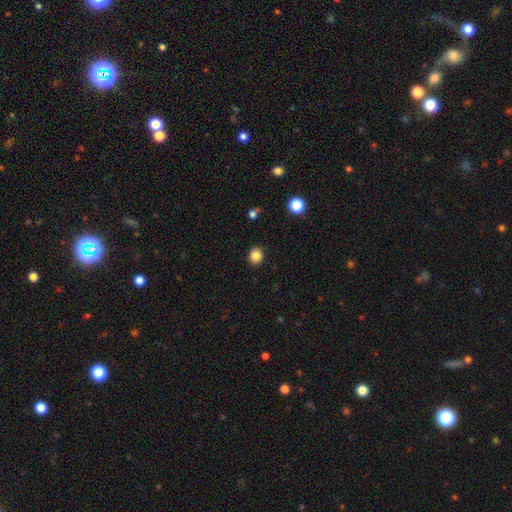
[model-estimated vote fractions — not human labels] A smooth galaxy with no disk features (85%) that is round (69%). Merging: none (89%).